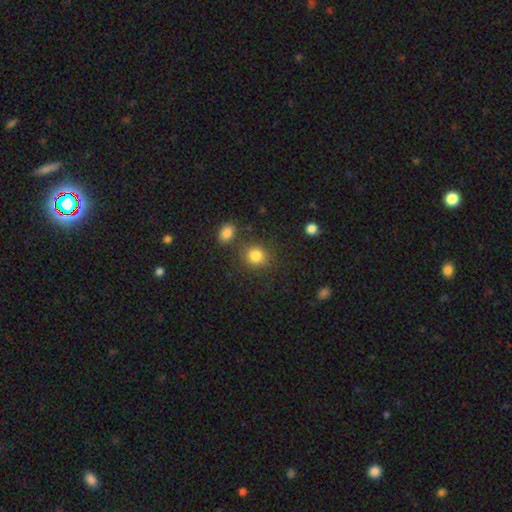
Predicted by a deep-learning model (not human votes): smooth-or-featured: smooth: 83% | star or artifact: 11% | featured or disk: 6%
  how-rounded: round: 77% | in between: 22% | cigar-shaped: 1%
  merging: none: 76% | minor disturbance: 11% | merger: 8% | major disturbance: 4%